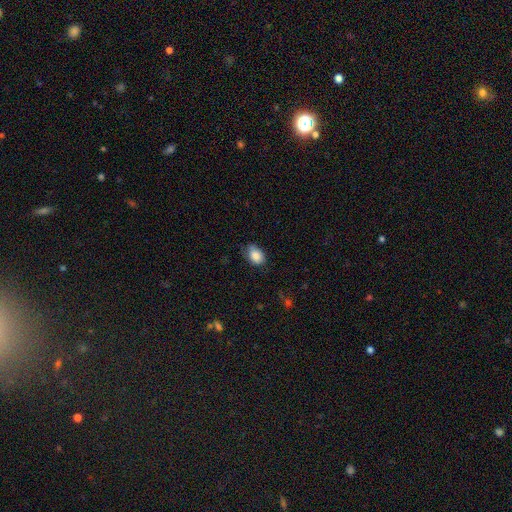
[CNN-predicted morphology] smooth_or_featured: smooth (p=0.85) [alt: star or artifact p=0.08]
how_rounded: in between (p=0.78) [alt: round p=0.20]
merging: none (p=0.67) [alt: minor disturbance p=0.27]